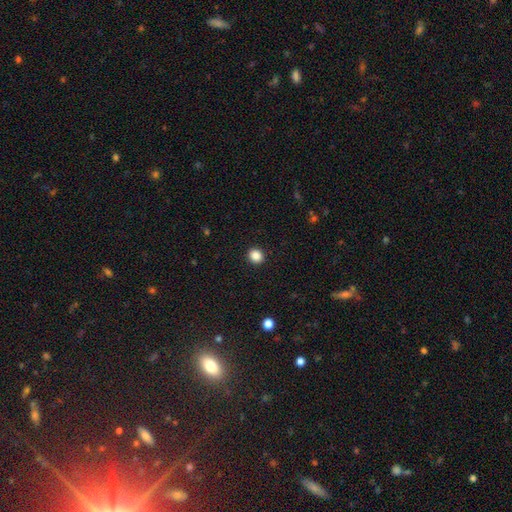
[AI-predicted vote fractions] smooth-or-featured: smooth: 87% | star or artifact: 10% | featured or disk: 3%
  how-rounded: round: 85% | in between: 14% | cigar-shaped: 1%
  merging: none: 93% | minor disturbance: 5% | major disturbance: 2% | merger: 1%